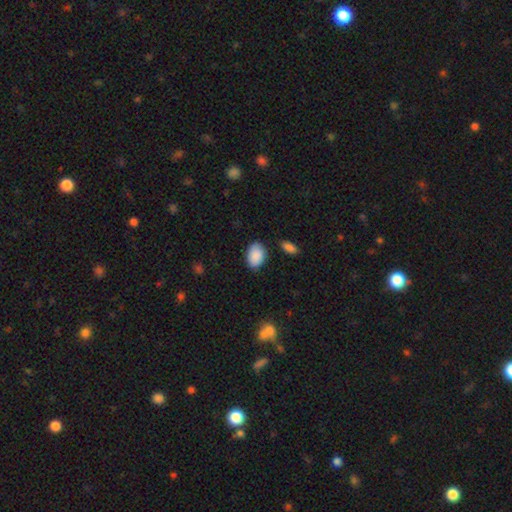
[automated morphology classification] Smooth or featured: smooth — 90% (star or artifact — 6%)
How rounded: in between — 87% (round — 12%)
Merging: none — 81% (minor disturbance — 13%)